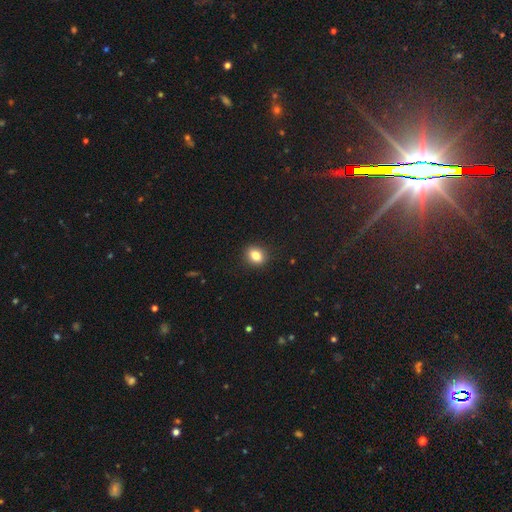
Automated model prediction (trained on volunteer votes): smooth 83%, star or artifact 10%, featured or disk 6%. Down the decision tree: how rounded — in between (50%); merging — none (90%).